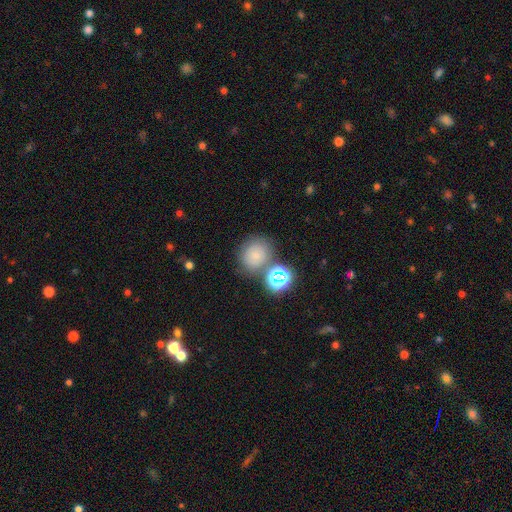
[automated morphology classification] A smooth galaxy with no disk features (71%) that is round (77%). Merging: none (65%).